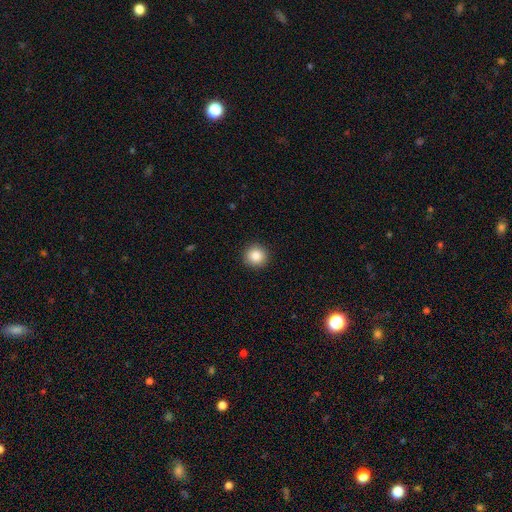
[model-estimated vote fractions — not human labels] A smooth galaxy with no disk features (86%) that is round (95%). Merging: none (93%).